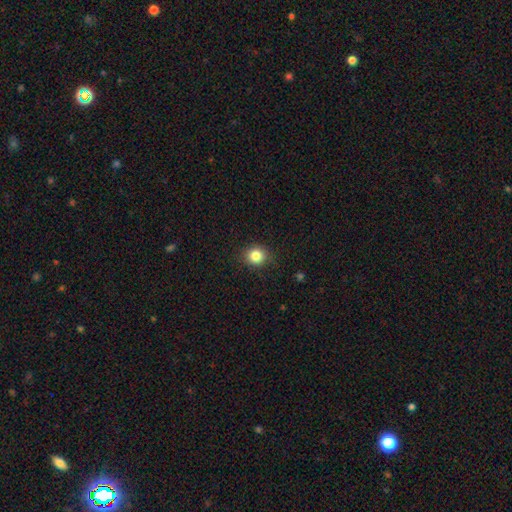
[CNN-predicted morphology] Overall: smooth (83%). How rounded: round (84%). Merging: none (88%).